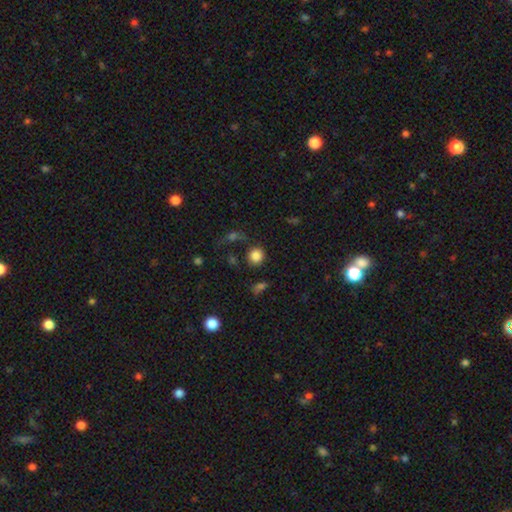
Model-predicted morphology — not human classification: Smooth or featured: smooth — 84% (star or artifact — 11%)
How rounded: round — 89% (in between — 10%)
Merging: none — 78% (minor disturbance — 11%)